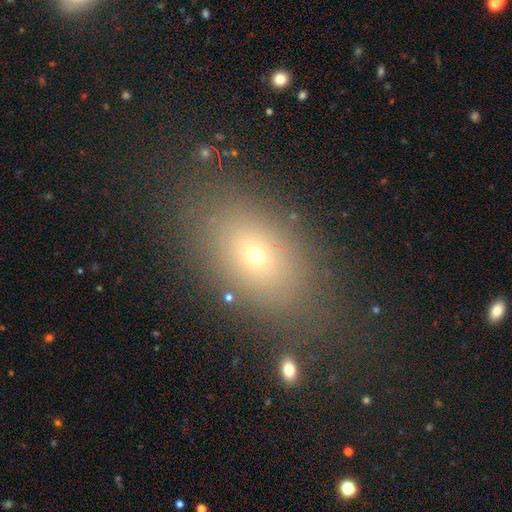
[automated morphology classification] A smooth galaxy with no disk features (64%) that is in between round and cigar-shaped (81%).

Vote fractions:
- Smooth or featured? smooth: 64% / star or artifact: 19% / featured or disk: 17%
- How rounded? in between: 81% / round: 15% / cigar-shaped: 4%
- Merging? none: 76% / minor disturbance: 13% / major disturbance: 7% / merger: 5%